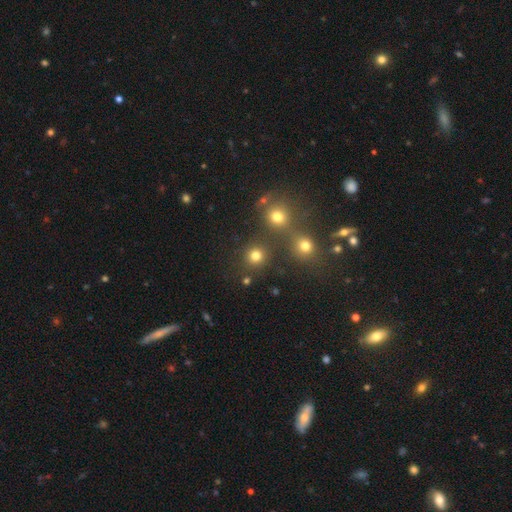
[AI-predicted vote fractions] Smooth or featured? smooth (79%)
How rounded? round (92%)
Merging? none (80%)